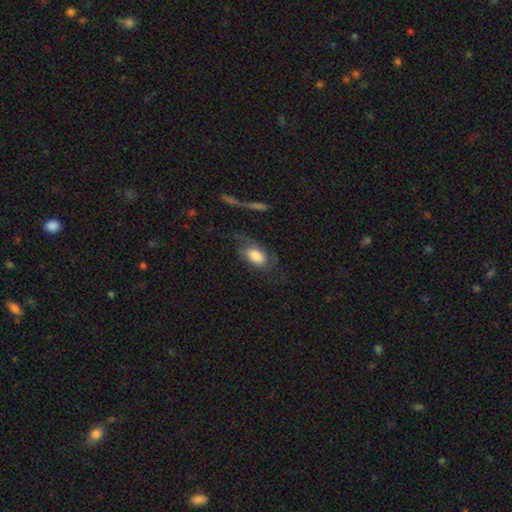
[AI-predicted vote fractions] smooth 46% (tied), featured or disk 46% (tied), star or artifact 8%. Down the decision tree: merging — none (48%).